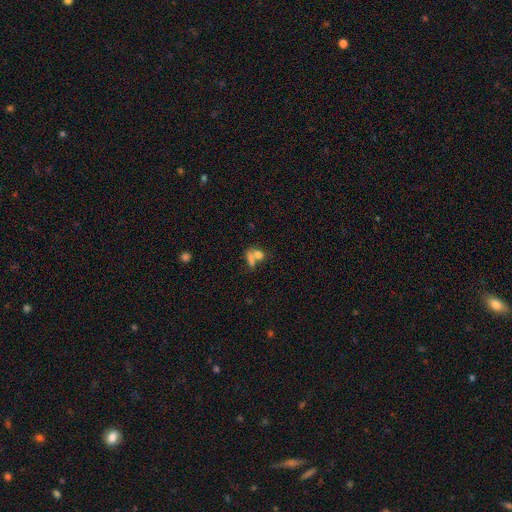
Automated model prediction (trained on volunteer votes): A smooth galaxy with no disk features (70%) that is in between round and cigar-shaped (51%). Merging: merger (50%).